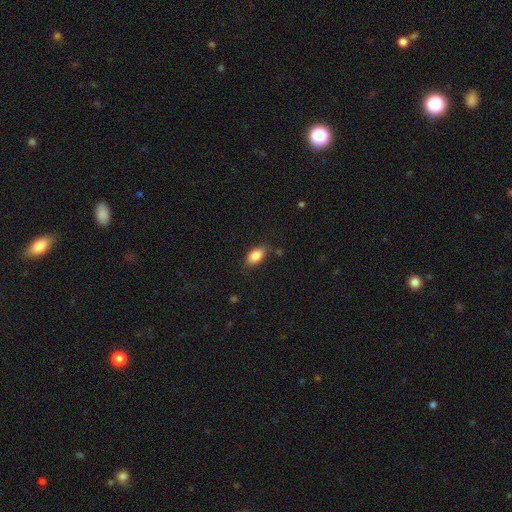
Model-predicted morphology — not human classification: A smooth galaxy with no disk features (84%) that is in between round and cigar-shaped (90%). Merging: none (76%).